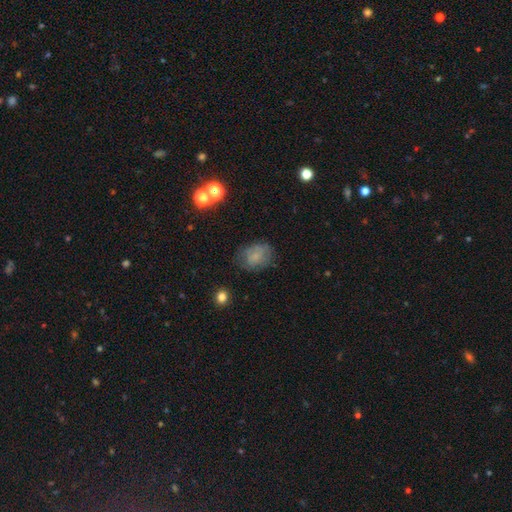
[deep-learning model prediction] smooth 60%, featured or disk 27%, star or artifact 13%. Down the decision tree: how rounded — in between (68%); merging — none (63%).